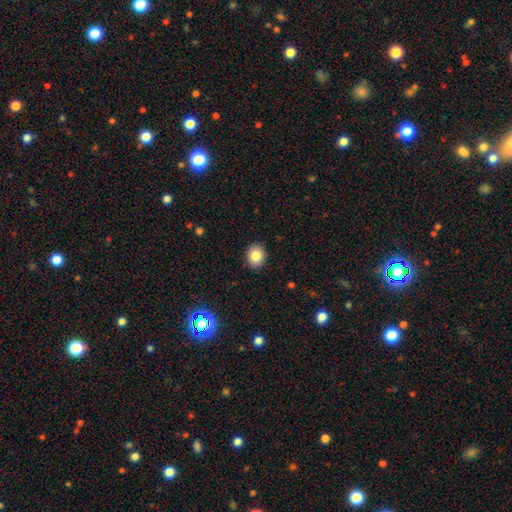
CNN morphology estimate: Smooth or featured: smooth — 84% (star or artifact — 9%)
How rounded: round — 58% (in between — 41%)
Merging: none — 90% (minor disturbance — 7%)